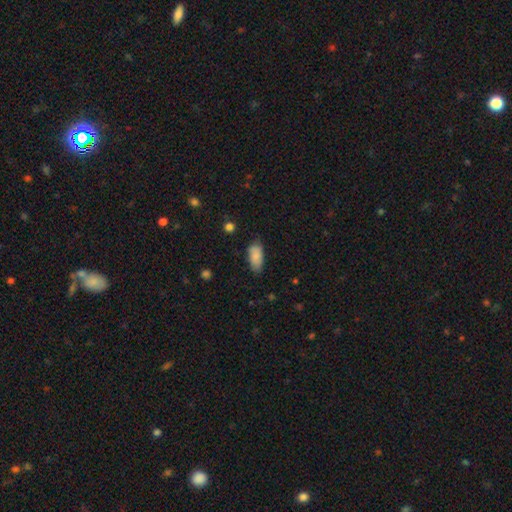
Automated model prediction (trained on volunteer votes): This appears to be a smooth galaxy with no disk features (87%) that is in between round and cigar-shaped (90%). Merging: none (74%).